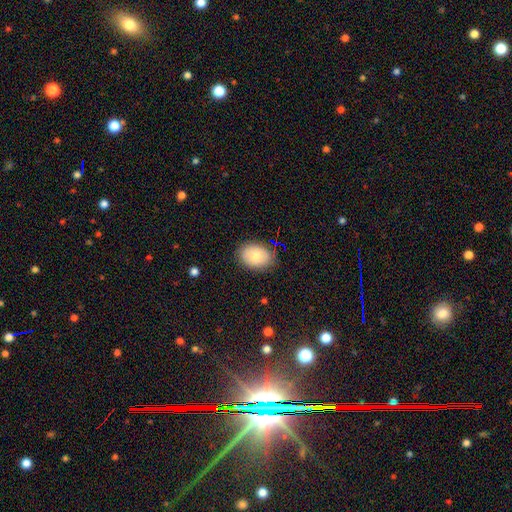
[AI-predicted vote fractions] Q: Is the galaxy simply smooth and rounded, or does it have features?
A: smooth — 74%.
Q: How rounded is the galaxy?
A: in between — 74%.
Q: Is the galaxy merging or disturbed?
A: none — 83%.